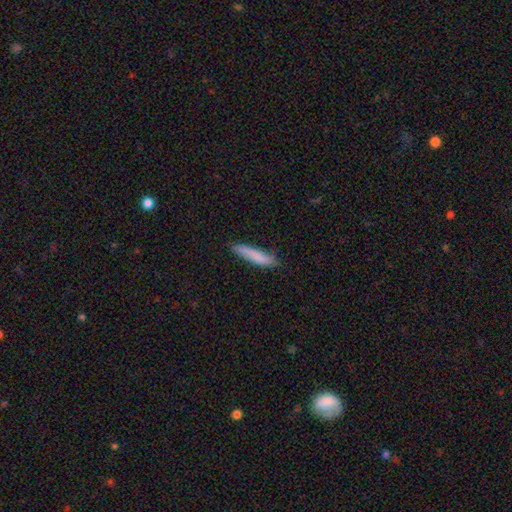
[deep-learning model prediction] The model was most divided on "merging": none: 81%, minor disturbance: 15%, major disturbance: 2%, merger: 1%. More confident: how rounded — cigar-shaped (88%); smooth or featured — smooth (81%).